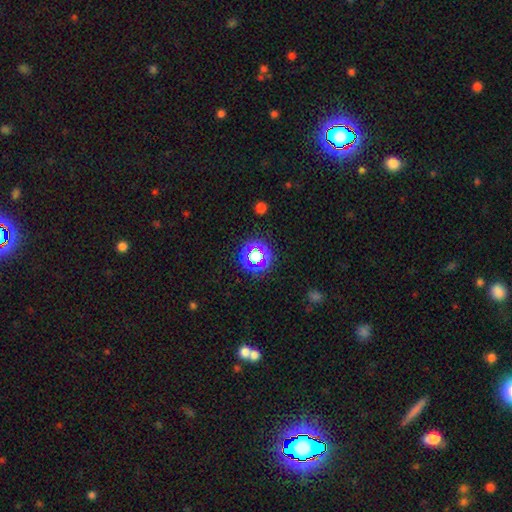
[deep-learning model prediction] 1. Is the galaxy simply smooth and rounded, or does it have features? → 65% star or artifact, 24% smooth, 11% featured or disk.